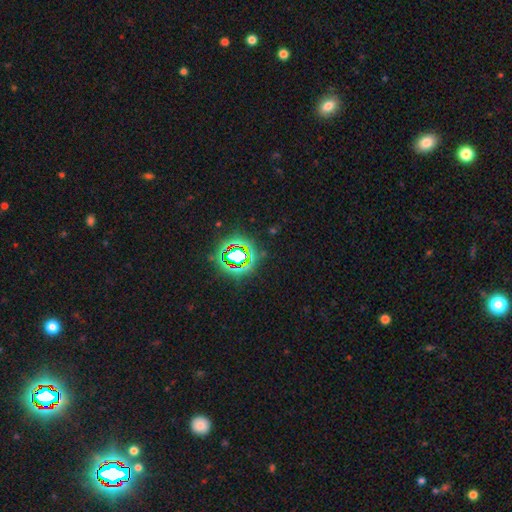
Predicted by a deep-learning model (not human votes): Smooth or featured? Predicted: star or artifact (p=0.77).